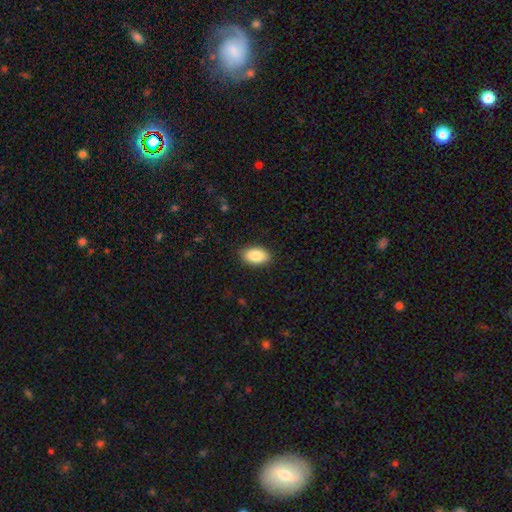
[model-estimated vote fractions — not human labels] Q: Smooth or featured?
A: smooth (87%); runner-up: star or artifact (7%)
Q: How rounded?
A: in between (94%); runner-up: round (5%)
Q: Merging?
A: none (88%); runner-up: minor disturbance (9%)